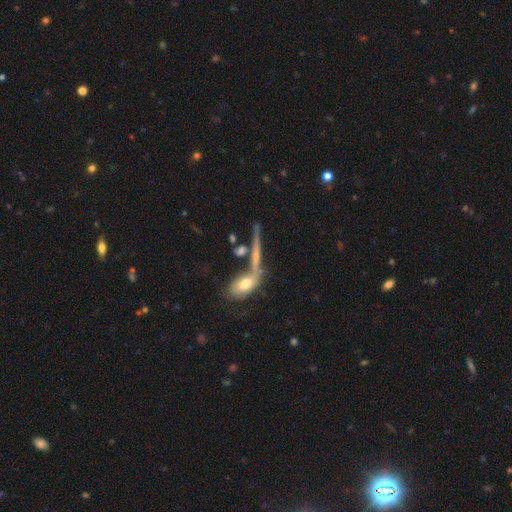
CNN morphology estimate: Smooth or featured? Predicted: featured or disk (p=0.52). Edge-on disk? Predicted: yes (p=0.87). Merging? Predicted: none (p=0.55).